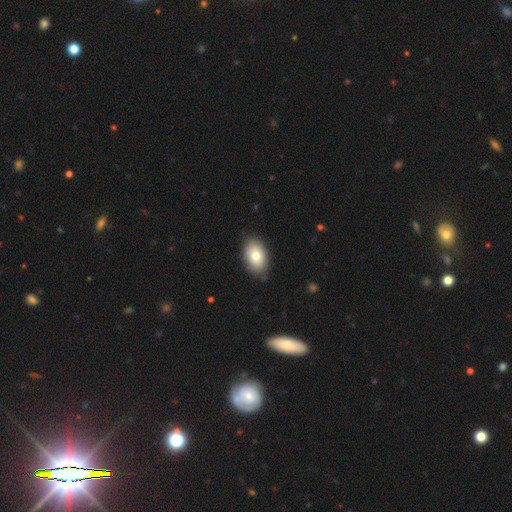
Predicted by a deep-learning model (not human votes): Q: Smooth or featured?
A: smooth (79%); runner-up: featured or disk (14%)
Q: How rounded?
A: in between (90%); runner-up: round (8%)
Q: Merging?
A: none (83%); runner-up: minor disturbance (13%)